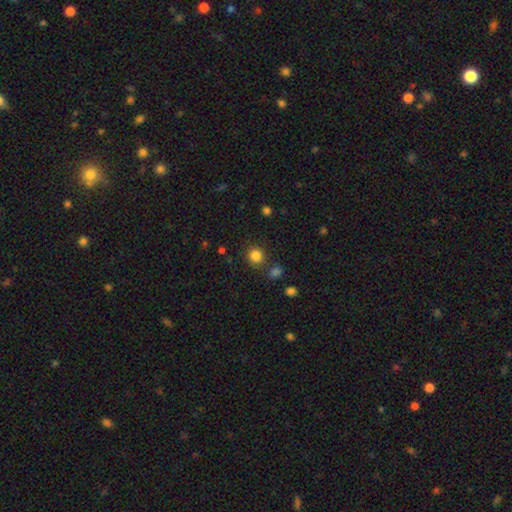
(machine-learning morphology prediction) Smooth or featured?
  - smooth: 83% *
  - star or artifact: 12%
  - featured or disk: 5%
How rounded?
  - round: 90% *
  - in between: 9%
  - cigar-shaped: 1%
Merging?
  - none: 82% *
  - minor disturbance: 8%
  - merger: 7%
  - major disturbance: 3%